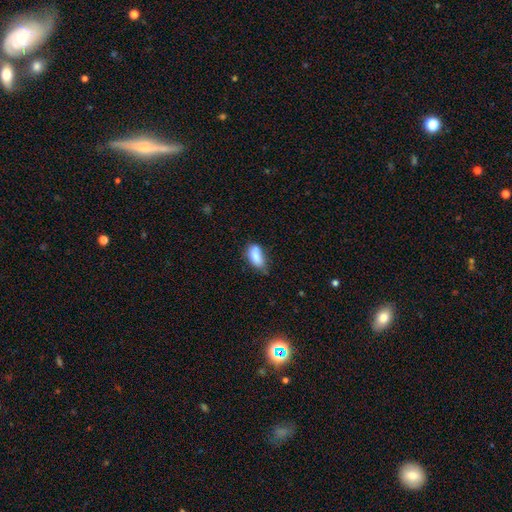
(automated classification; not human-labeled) A smooth galaxy with no disk features (81%) that is in between round and cigar-shaped (89%). Merging: none (45%).